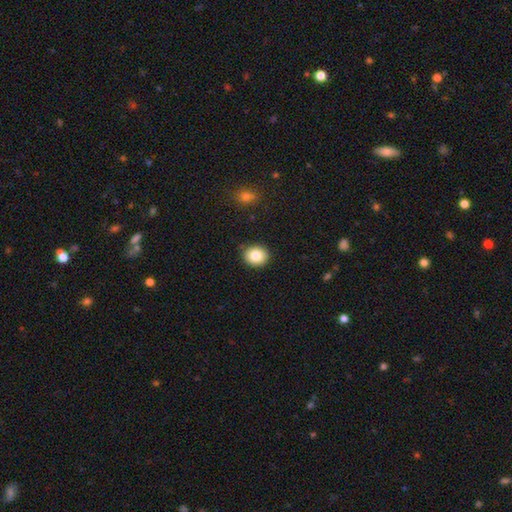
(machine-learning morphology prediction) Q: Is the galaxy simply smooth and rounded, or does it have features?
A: smooth — 83%.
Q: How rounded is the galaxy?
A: round — 72%.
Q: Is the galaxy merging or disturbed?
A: none — 88%.